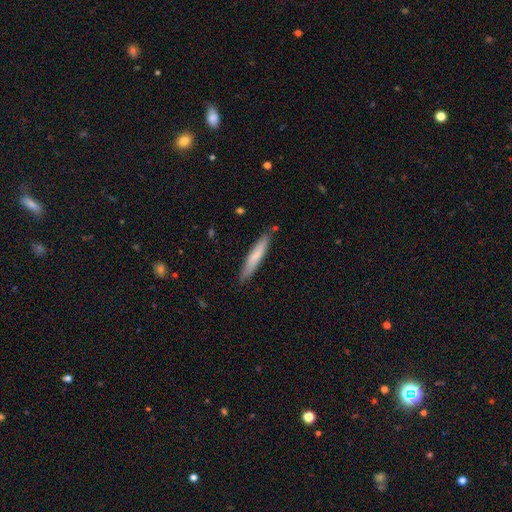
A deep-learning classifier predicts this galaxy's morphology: smooth-or-featured: smooth: 70% | featured or disk: 25% | star or artifact: 5%
  how-rounded: cigar-shaped: 91% | in between: 8% | round: 1%
  merging: none: 85% | minor disturbance: 11% | merger: 2% | major disturbance: 2%